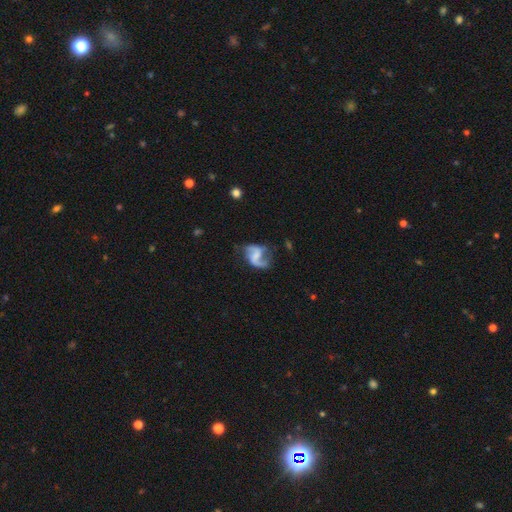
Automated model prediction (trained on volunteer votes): A featured or disk galaxy (82%) with a weak bar (46%), 2 (86%) loose (60%) spiral arms (93%) and no central bulge (47%). Merging: none (57%).